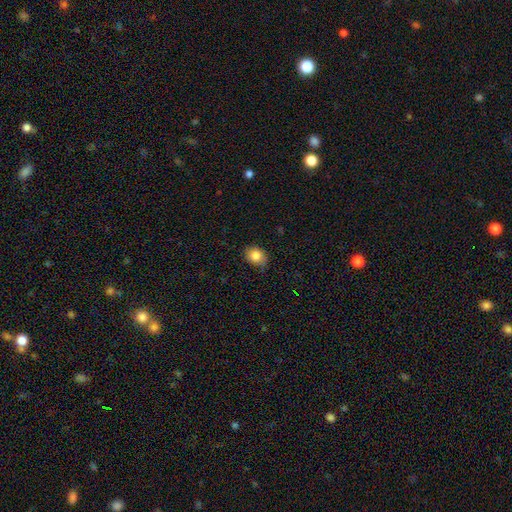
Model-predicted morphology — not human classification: Q: Smooth or featured?
A: smooth (82%); runner-up: star or artifact (10%)
Q: How rounded?
A: round (52%); runner-up: in between (47%)
Q: Merging?
A: none (71%); runner-up: minor disturbance (23%)